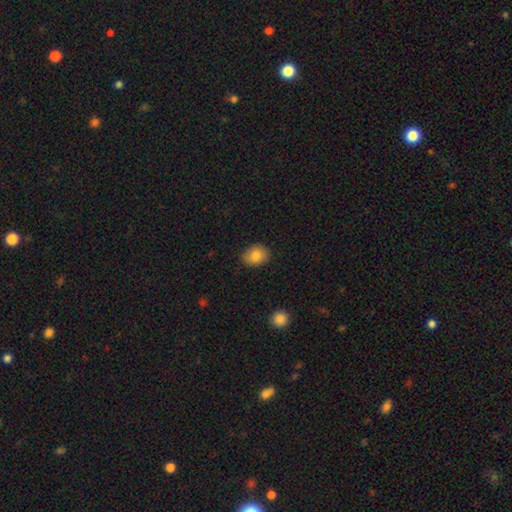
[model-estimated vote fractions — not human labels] Smooth or featured? Predicted: smooth (p=0.84). How rounded? Predicted: in between (p=0.66). Merging? Predicted: none (p=0.84).